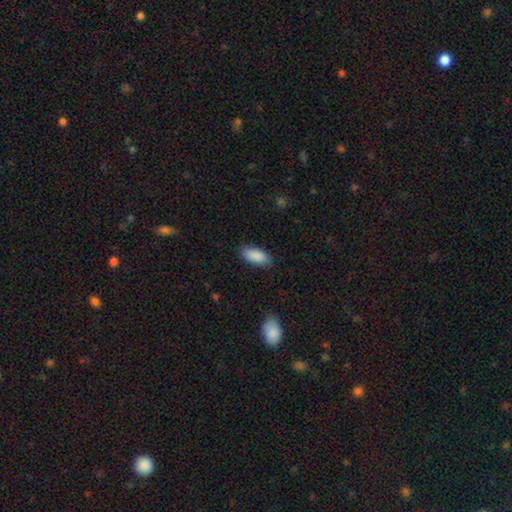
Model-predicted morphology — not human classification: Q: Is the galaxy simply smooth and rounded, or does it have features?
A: smooth — 89%.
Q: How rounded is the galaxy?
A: in between — 87%.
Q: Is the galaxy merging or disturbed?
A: none — 84%.